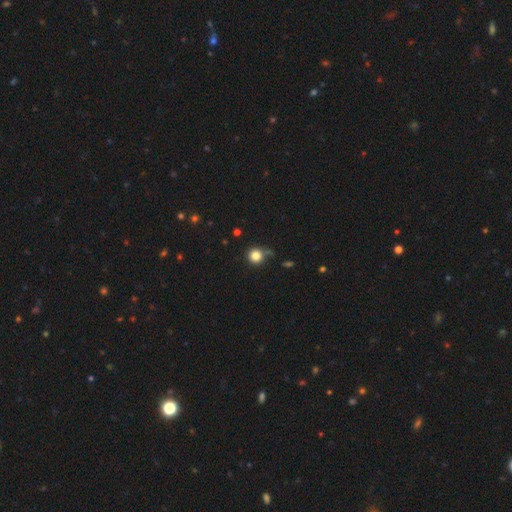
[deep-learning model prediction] This is clearly a smooth galaxy (83%). How rounded: clearly round (93%). Merging: likely none (75%).